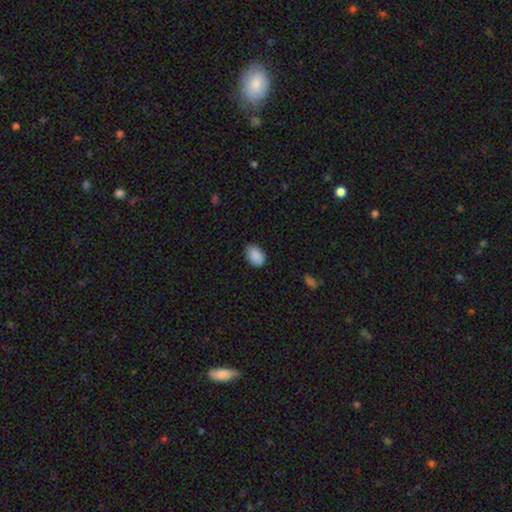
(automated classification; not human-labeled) smooth-or-featured: smooth: 89% | star or artifact: 7% | featured or disk: 3%
  how-rounded: in between: 85% | round: 14% | cigar-shaped: 1%
  merging: none: 75% | minor disturbance: 21% | major disturbance: 3% | merger: 1%